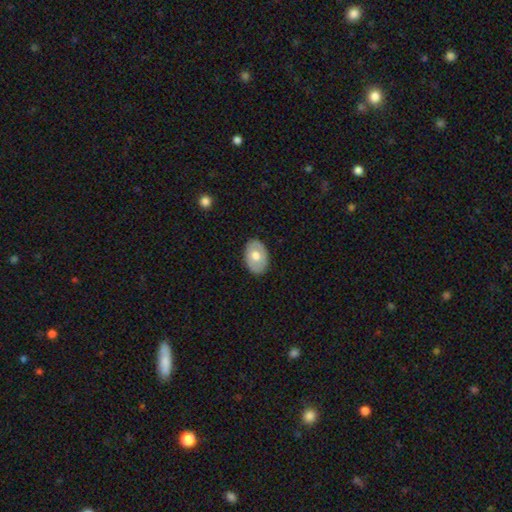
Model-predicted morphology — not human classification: This is likely a smooth galaxy (62%). How rounded: clearly in between (83%). Merging: clearly none (86%).